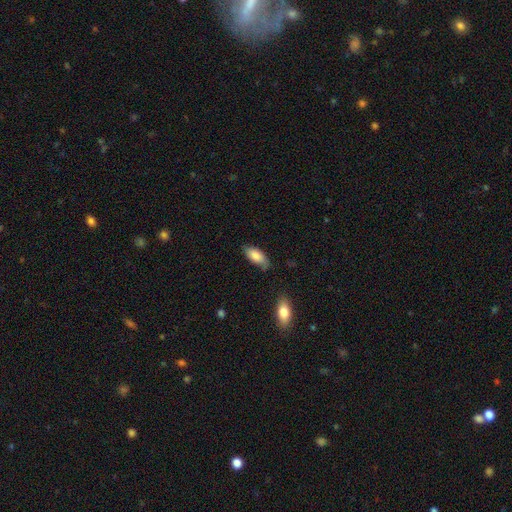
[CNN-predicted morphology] Overall: smooth (82%). How rounded: in between (87%). Merging: none (69%).